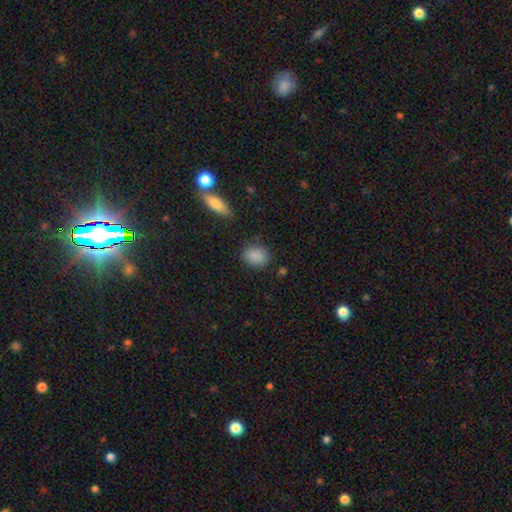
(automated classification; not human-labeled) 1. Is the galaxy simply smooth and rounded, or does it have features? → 87% smooth, 9% star or artifact, 4% featured or disk.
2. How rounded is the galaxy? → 61% in between, 37% round, 2% cigar-shaped.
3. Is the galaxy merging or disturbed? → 80% none, 14% minor disturbance, 4% major disturbance, 3% merger.